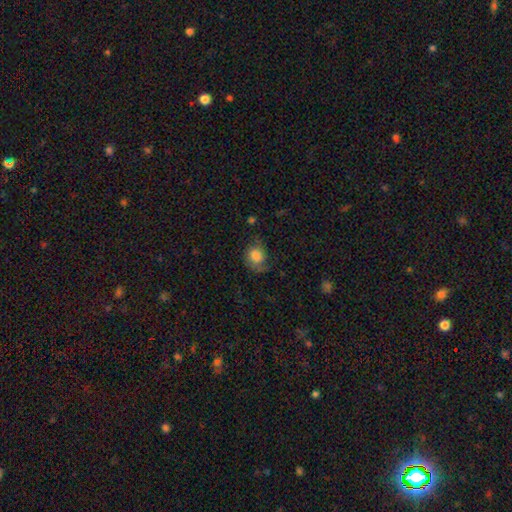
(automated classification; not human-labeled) Smooth or featured?
  - smooth: 62% *
  - featured or disk: 29%
  - star or artifact: 9%
How rounded?
  - round: 61% *
  - in between: 38%
  - cigar-shaped: 1%
Merging?
  - none: 49% *
  - minor disturbance: 28%
  - major disturbance: 22%
  - merger: 2%